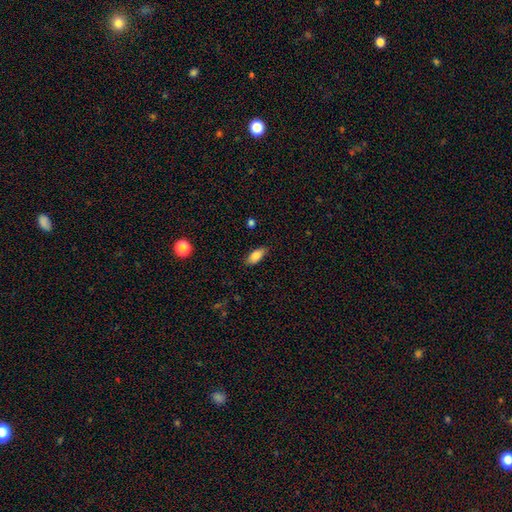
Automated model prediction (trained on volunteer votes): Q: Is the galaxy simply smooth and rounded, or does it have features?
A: smooth — 83%.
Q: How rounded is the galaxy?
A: in between — 86%.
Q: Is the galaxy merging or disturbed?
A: none — 83%.